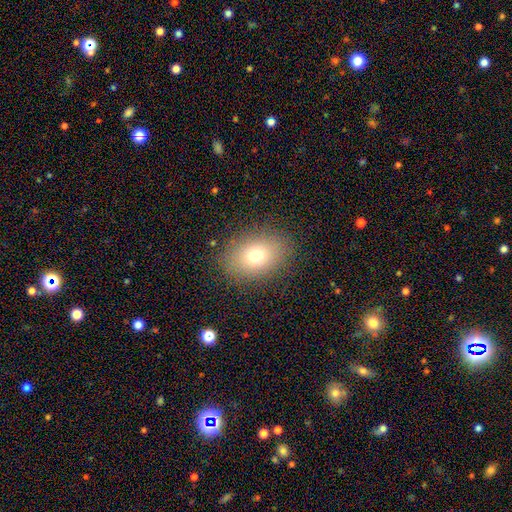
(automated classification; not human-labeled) Smooth or featured? Predicted: smooth (p=0.74). How rounded? Predicted: in between (p=0.71). Merging? Predicted: none (p=0.86).